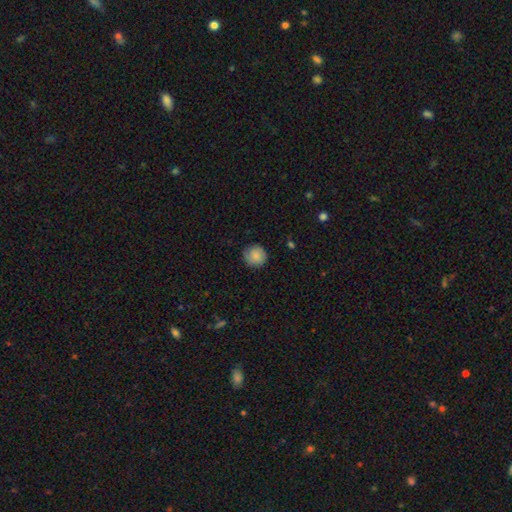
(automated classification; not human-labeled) Smooth or featured? smooth (82%)
How rounded? round (92%)
Merging? none (81%)